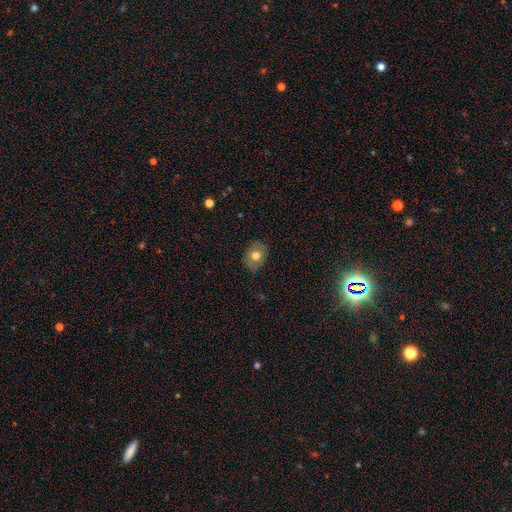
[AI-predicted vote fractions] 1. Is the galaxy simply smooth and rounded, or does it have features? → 71% smooth, 20% featured or disk, 9% star or artifact.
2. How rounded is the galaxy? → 60% in between, 39% round, 1% cigar-shaped.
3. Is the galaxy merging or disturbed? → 82% none, 14% minor disturbance, 3% major disturbance, 1% merger.